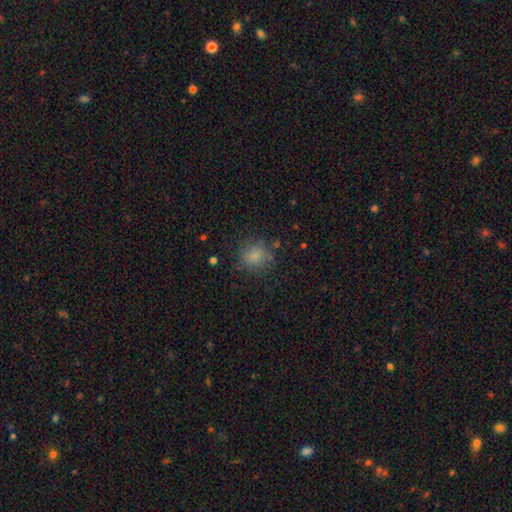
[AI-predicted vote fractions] Overall: smooth (78%). How rounded: round (80%). Merging: none (72%).